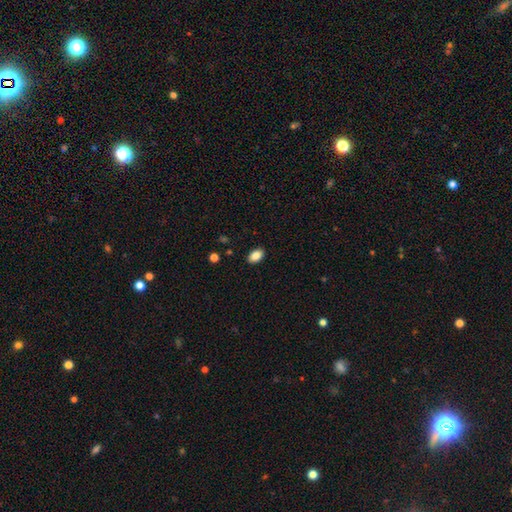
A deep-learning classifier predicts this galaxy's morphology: Smooth or featured?
  - smooth: 87% *
  - star or artifact: 8%
  - featured or disk: 5%
How rounded?
  - in between: 90% *
  - round: 9%
  - cigar-shaped: 2%
Merging?
  - none: 89% *
  - minor disturbance: 8%
  - major disturbance: 2%
  - merger: 1%